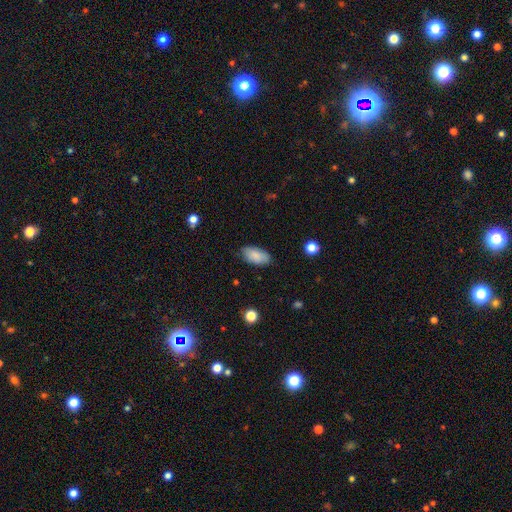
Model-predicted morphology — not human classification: The model was most divided on "merging": none: 82%, minor disturbance: 15%, major disturbance: 3%, merger: 1%. More confident: how rounded — in between (94%); smooth or featured — smooth (85%).